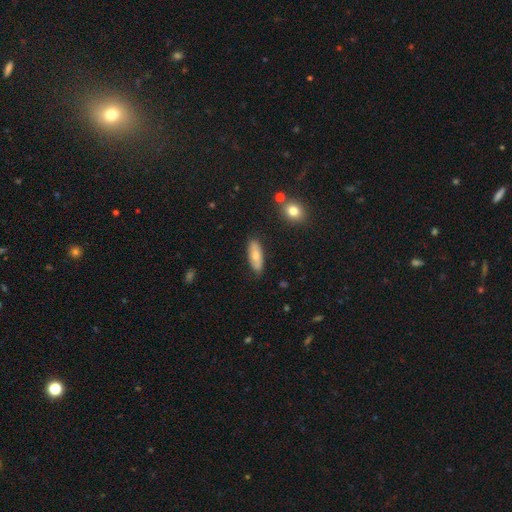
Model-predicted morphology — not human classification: Smooth or featured?
  - smooth: 66% *
  - featured or disk: 28%
  - star or artifact: 6%
How rounded?
  - in between: 72% *
  - cigar-shaped: 25%
  - round: 3%
Merging?
  - none: 84% *
  - minor disturbance: 12%
  - major disturbance: 2%
  - merger: 2%